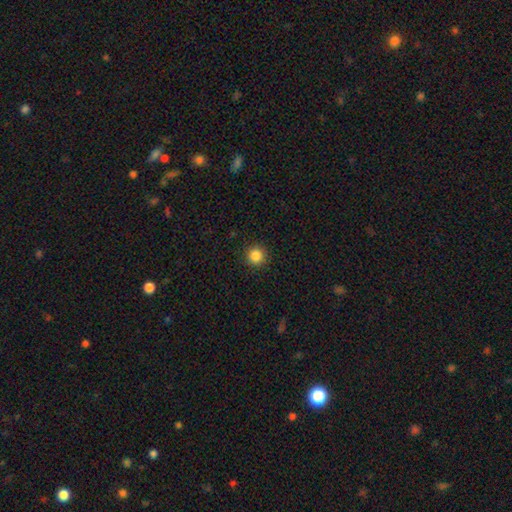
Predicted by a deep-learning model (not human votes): A smooth galaxy with no disk features (85%) that is round (95%).

Vote fractions:
- Smooth or featured? smooth: 85% / star or artifact: 11% / featured or disk: 4%
- How rounded? round: 95% / in between: 4% / cigar-shaped: 1%
- Merging? none: 92% / minor disturbance: 5% / major disturbance: 2% / merger: 1%